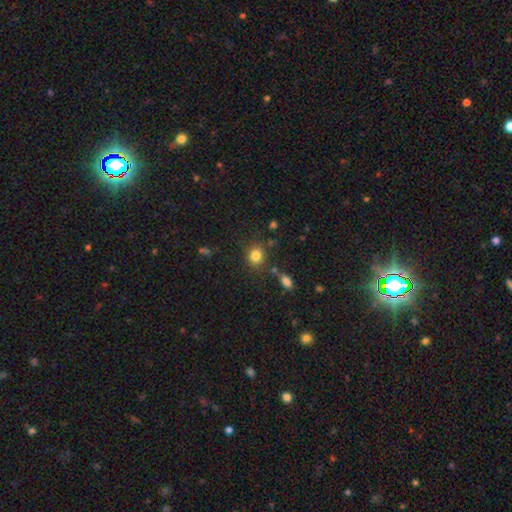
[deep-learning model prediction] This is clearly a smooth galaxy (82%). How rounded: likely round (74%). Merging: likely none (79%).